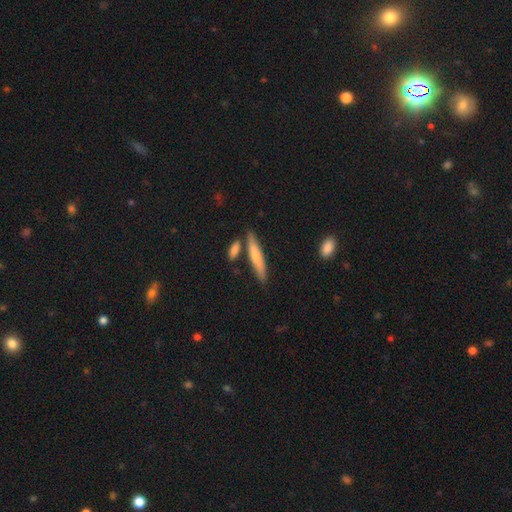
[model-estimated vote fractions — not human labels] Morphology: type=smooth (71%); roundness=cigar-shaped (88%); merging=none (76%).